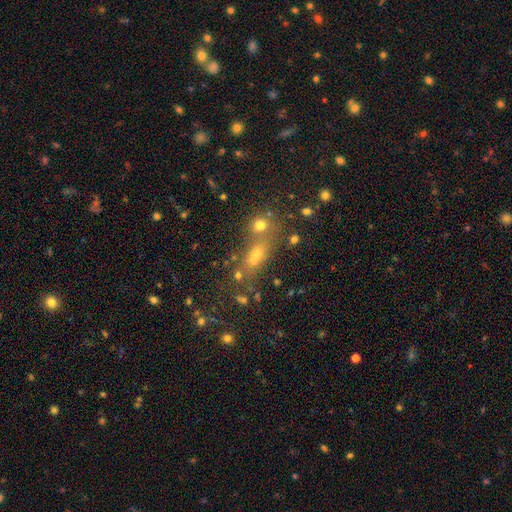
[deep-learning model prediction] smooth-or-featured: smooth: 65% | star or artifact: 22% | featured or disk: 13%
  how-rounded: in between: 55% | cigar-shaped: 25% | round: 19%
  merging: none: 50% | merger: 28% | minor disturbance: 13% | major disturbance: 8%